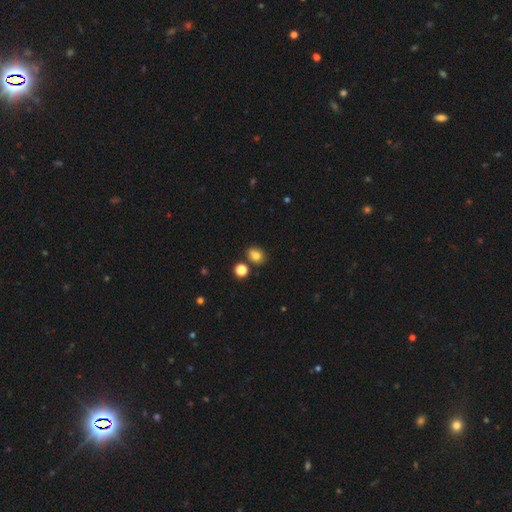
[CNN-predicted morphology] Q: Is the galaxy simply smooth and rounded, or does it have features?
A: smooth — 79%.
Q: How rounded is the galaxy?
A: round — 50%.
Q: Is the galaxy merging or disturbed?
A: none — 78%.